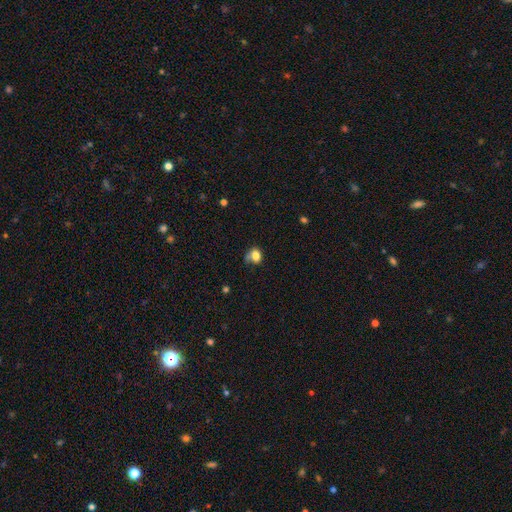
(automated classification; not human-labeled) Morphology: type=smooth (80%); roundness=in between (54%); merging=none (48%).